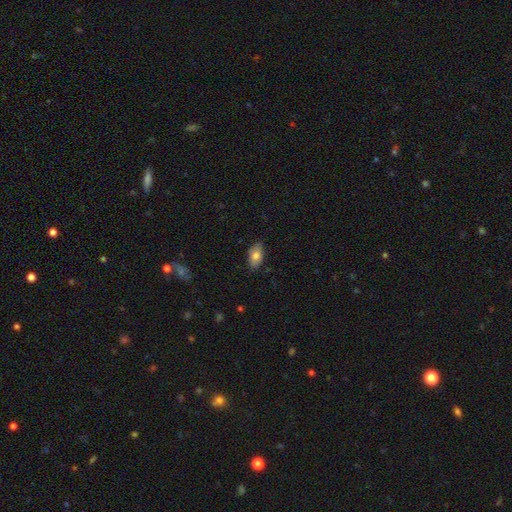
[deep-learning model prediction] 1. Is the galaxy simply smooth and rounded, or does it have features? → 78% smooth, 16% featured or disk, 7% star or artifact.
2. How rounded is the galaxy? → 93% in between, 5% round, 3% cigar-shaped.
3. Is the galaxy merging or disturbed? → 81% none, 16% minor disturbance, 2% major disturbance, 1% merger.